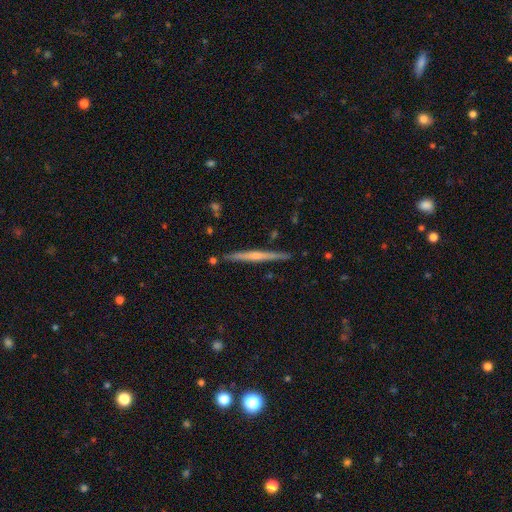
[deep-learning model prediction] A featured or disk galaxy (73%) viewed edge-on (98%) with a rounded central bulge (65%).

Vote fractions:
- Smooth or featured? featured or disk: 73% / smooth: 19% / star or artifact: 8%
- Edge-on disk? yes: 98% / no: 2%
- Edge-on bulge? rounded: 65% / none: 26% / boxy: 9%
- Merging? none: 89% / minor disturbance: 7% / merger: 2% / major disturbance: 2%